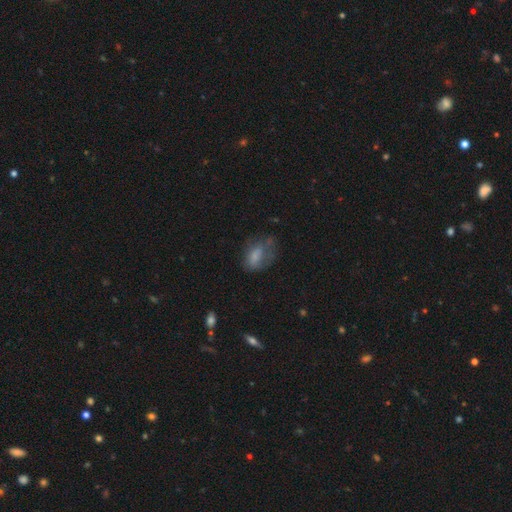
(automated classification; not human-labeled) Smooth or featured? smooth (68%)
How rounded? in between (84%)
Merging? none (35%)